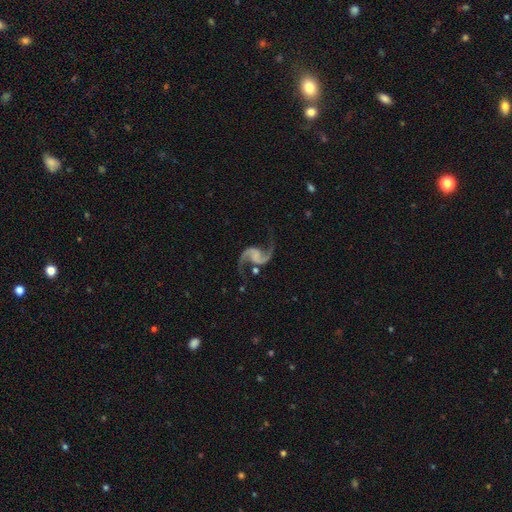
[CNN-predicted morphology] smooth_or_featured: featured or disk (p=0.93) [alt: star or artifact p=0.04]
disk_edge_on: no (p=0.98) [alt: yes p=0.02]
bar: no (p=0.54) [alt: weak p=0.33]
has_spiral_arms: yes (p=0.98) [alt: no p=0.02]
spiral_winding: loose (p=0.70) [alt: medium p=0.26]
spiral_arm_count: 2 (p=0.95) [alt: 1 p=0.01]
bulge_size: none (p=0.66) [alt: small p=0.17]
merging: none (p=0.77) [alt: minor disturbance p=0.13]